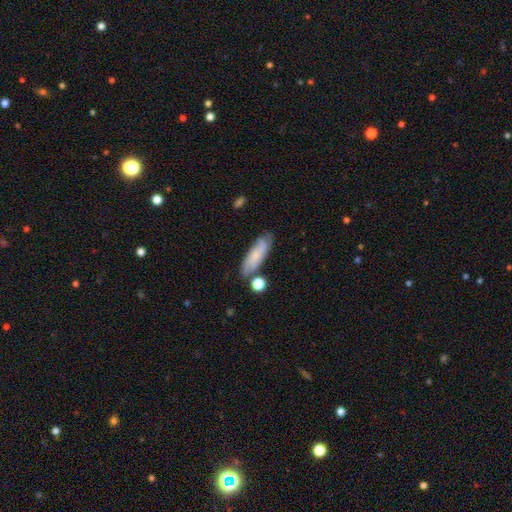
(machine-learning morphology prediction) A smooth galaxy with no disk features (60%) that is in between round and cigar-shaped (54%). Merging: none (66%).